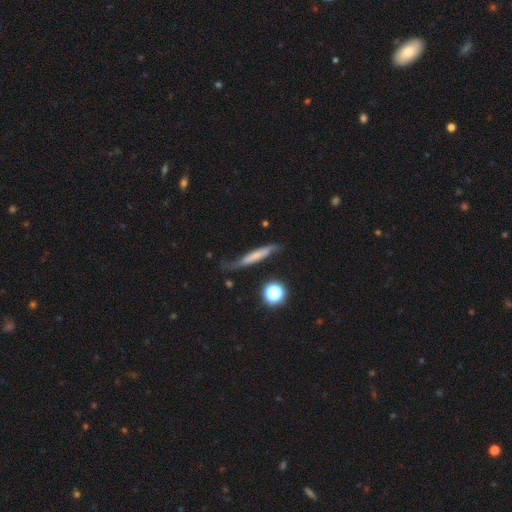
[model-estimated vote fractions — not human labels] Morphology: type=smooth (52%); roundness=cigar-shaped (88%); merging=none (58%).